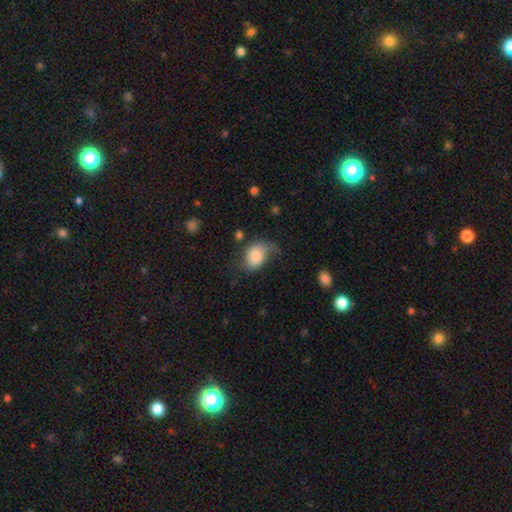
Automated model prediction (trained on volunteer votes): smooth-or-featured: smooth: 69% | featured or disk: 23% | star or artifact: 8%
  how-rounded: in between: 73% | round: 26% | cigar-shaped: 1%
  merging: none: 37% | minor disturbance: 34% | major disturbance: 27% | merger: 3%